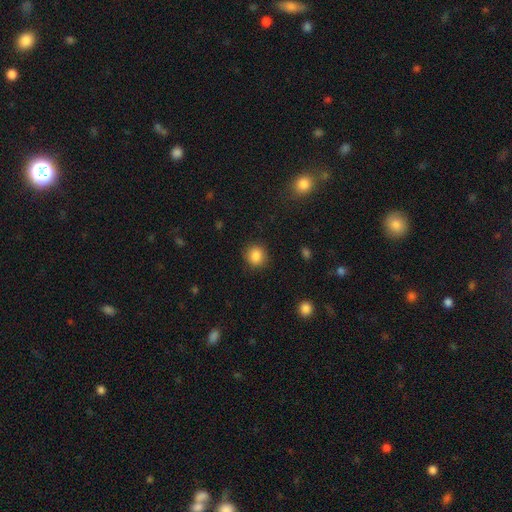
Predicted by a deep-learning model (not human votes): Smooth or featured? smooth (86%)
How rounded? round (84%)
Merging? none (88%)